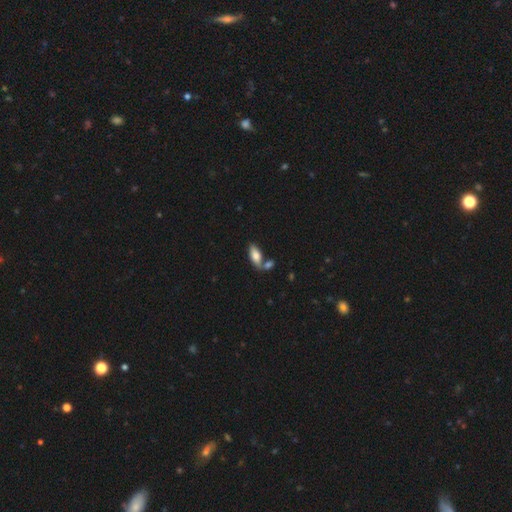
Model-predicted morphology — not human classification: type=smooth (75%); roundness=in between (82%); merging=none (54%).